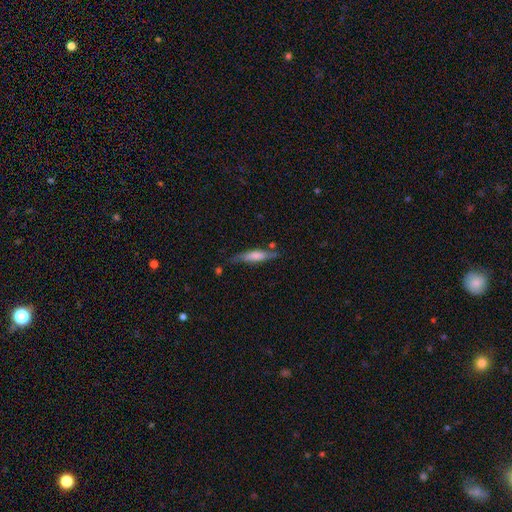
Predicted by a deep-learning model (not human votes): Morphology: type=smooth (59%); roundness=cigar-shaped (81%); merging=none (68%).